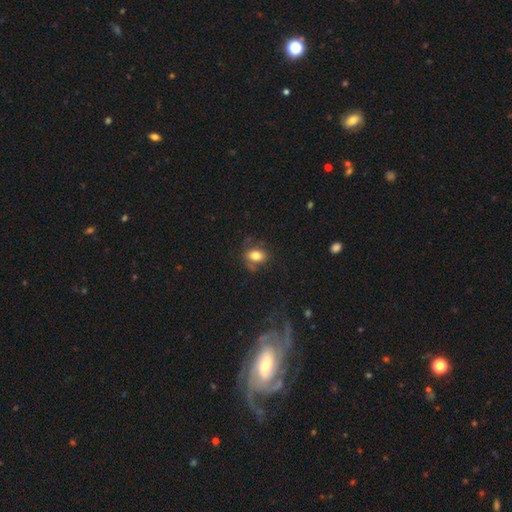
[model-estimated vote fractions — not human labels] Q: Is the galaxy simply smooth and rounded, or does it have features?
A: smooth — 76%.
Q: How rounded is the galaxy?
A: in between — 75%.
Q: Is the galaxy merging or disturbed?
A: none — 62%.